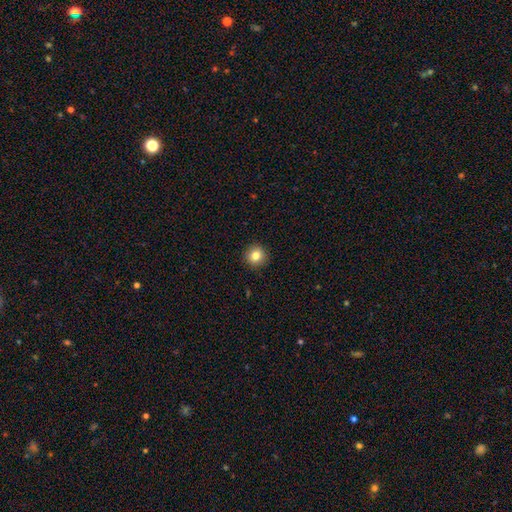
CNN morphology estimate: This is clearly a smooth galaxy (83%). How rounded: clearly round (94%). Merging: clearly none (93%).